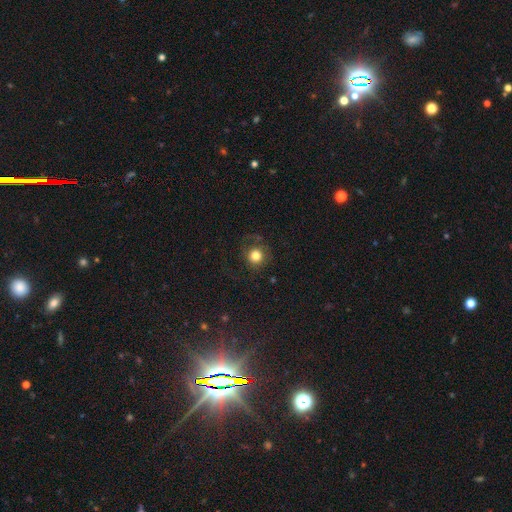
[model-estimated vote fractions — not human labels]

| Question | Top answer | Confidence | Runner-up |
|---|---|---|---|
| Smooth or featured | smooth | 77% | star or artifact (12%) |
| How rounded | round | 93% | in between (6%) |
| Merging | none | 73% | minor disturbance (13%) |